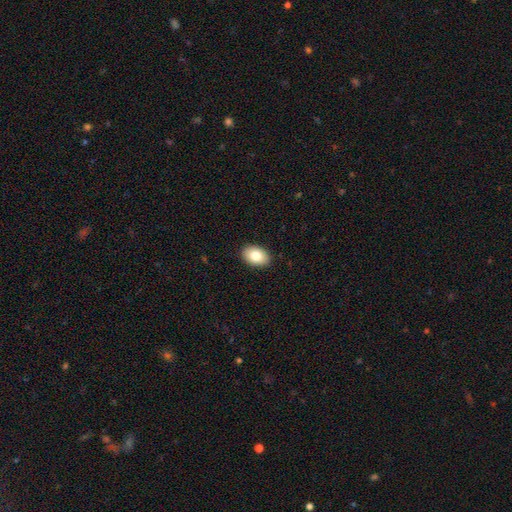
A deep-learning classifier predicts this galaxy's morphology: Smooth or featured? Predicted: smooth (p=0.82). How rounded? Predicted: in between (p=0.88). Merging? Predicted: none (p=0.90).